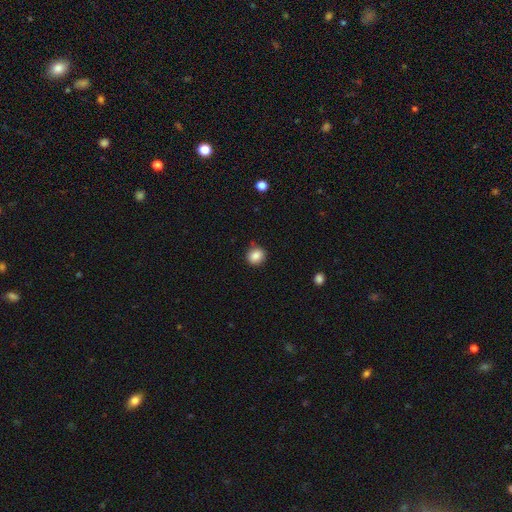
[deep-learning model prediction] The model was most divided on "how rounded": round: 75%, in between: 24%, cigar-shaped: 1%. More confident: smooth or featured — smooth (86%); merging — none (85%).